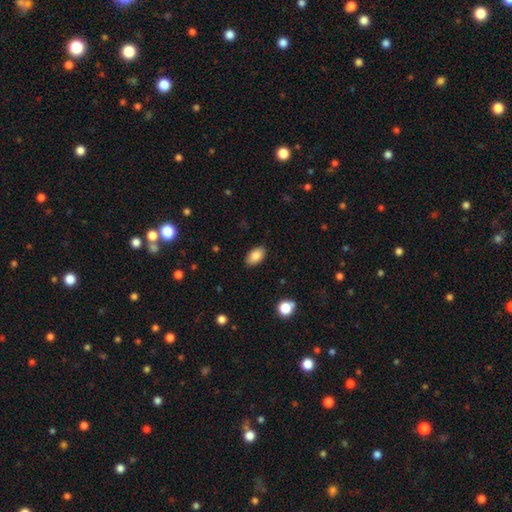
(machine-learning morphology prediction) type=smooth (87%); roundness=in between (92%); merging=none (88%).